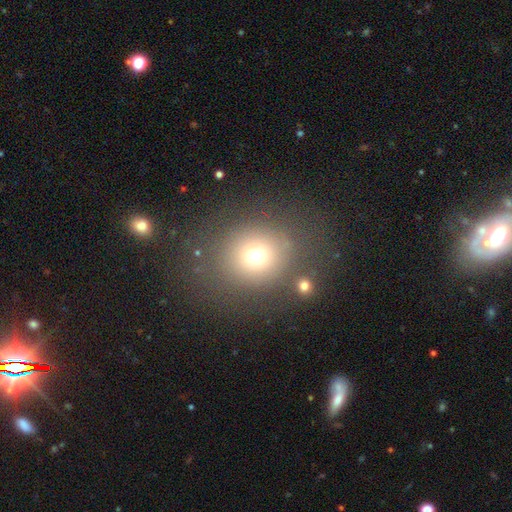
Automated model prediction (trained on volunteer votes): Smooth or featured?
  - smooth: 70% *
  - star or artifact: 18%
  - featured or disk: 12%
How rounded?
  - round: 81% *
  - in between: 18%
  - cigar-shaped: 1%
Merging?
  - none: 76% *
  - minor disturbance: 10%
  - major disturbance: 7%
  - merger: 6%